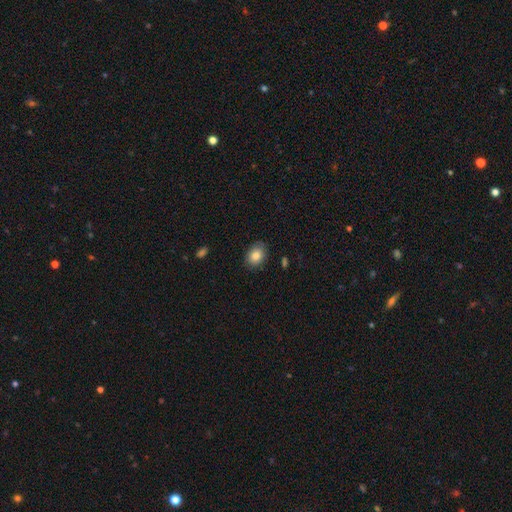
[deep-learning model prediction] Smooth or featured?
  - smooth: 84% *
  - star or artifact: 8%
  - featured or disk: 8%
How rounded?
  - in between: 60% *
  - round: 39%
  - cigar-shaped: 1%
Merging?
  - none: 83% *
  - minor disturbance: 13%
  - major disturbance: 3%
  - merger: 1%